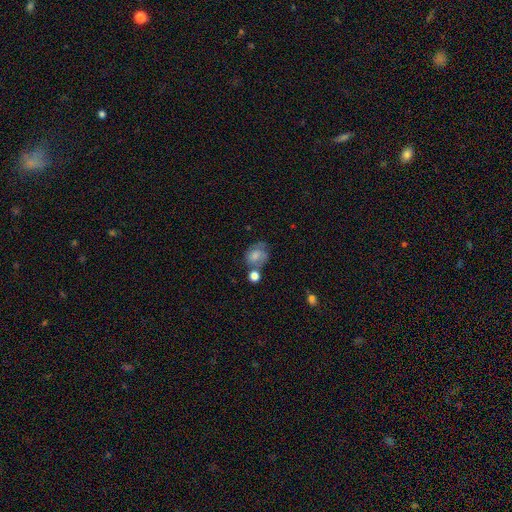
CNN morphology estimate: Overall: smooth (62%; featured or disk 28%). How rounded: round (51%; in between 48%). Merging: none (39%; minor disturbance 23%).